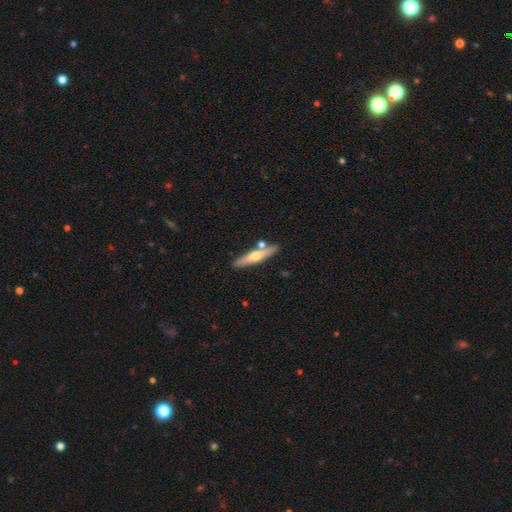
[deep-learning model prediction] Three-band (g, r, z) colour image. It shows a featured or disk galaxy (50%) viewed edge-on (91%). Merging: none (79%).